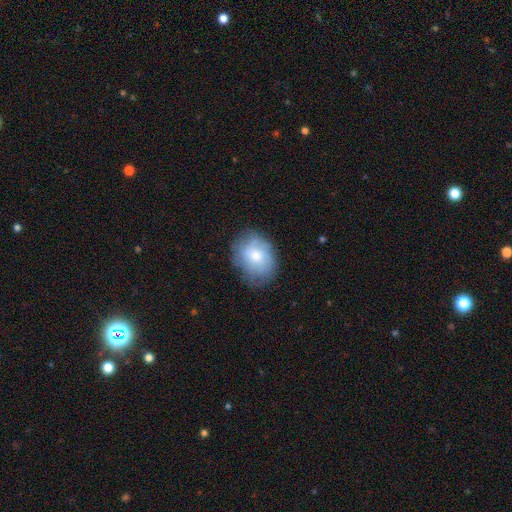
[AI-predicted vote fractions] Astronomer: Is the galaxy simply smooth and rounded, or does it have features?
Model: smooth — 64%.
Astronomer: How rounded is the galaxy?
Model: in between — 64%.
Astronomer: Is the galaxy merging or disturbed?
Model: none — 66%.